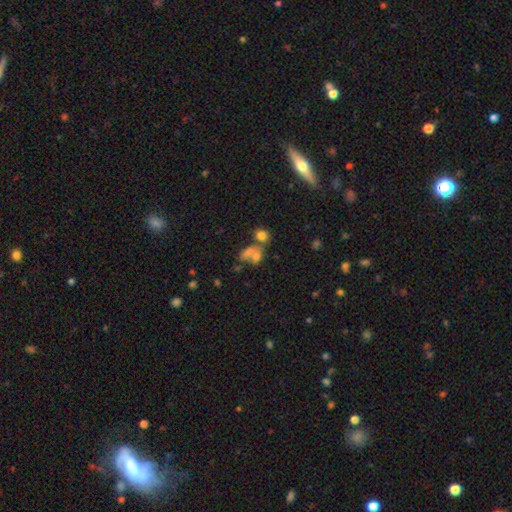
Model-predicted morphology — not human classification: The model was most divided on "merging": merger: 53%, none: 27%, minor disturbance: 10%, major disturbance: 10%. More confident: how rounded — in between (66%); smooth or featured — smooth (63%).